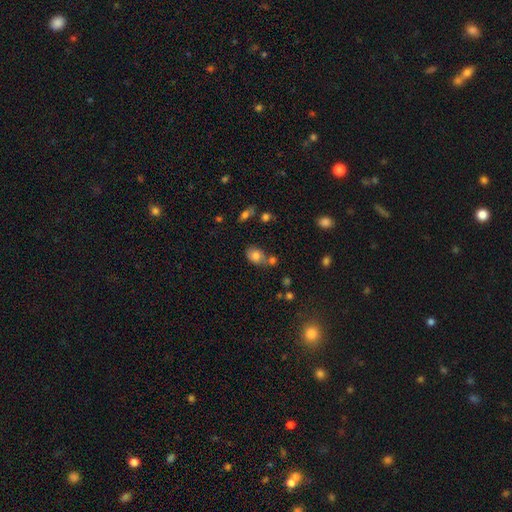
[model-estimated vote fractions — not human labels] Q: Smooth or featured?
A: smooth (77%); runner-up: featured or disk (12%)
Q: How rounded?
A: in between (62%); runner-up: round (37%)
Q: Merging?
A: none (53%); runner-up: merger (25%)